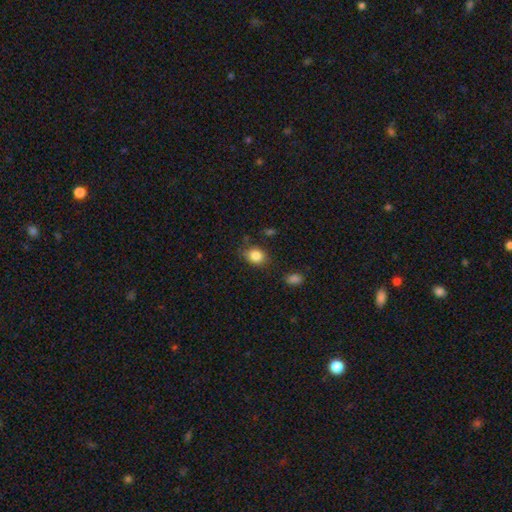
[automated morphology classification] This is clearly a smooth galaxy (84%). How rounded: possibly in between (53%). Merging: likely none (75%).